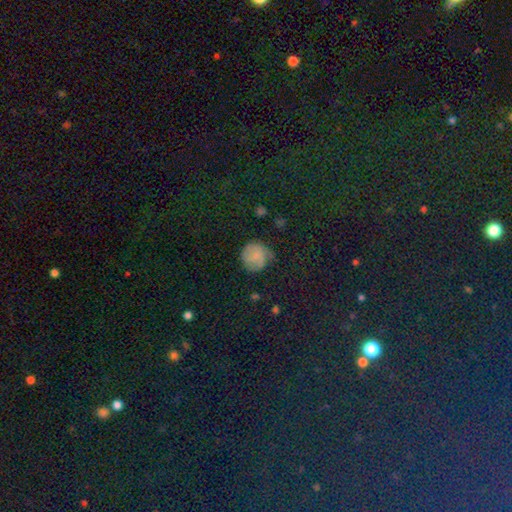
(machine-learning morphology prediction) This is likely a smooth galaxy (67%). How rounded: clearly round (88%). Merging: likely none (62%).